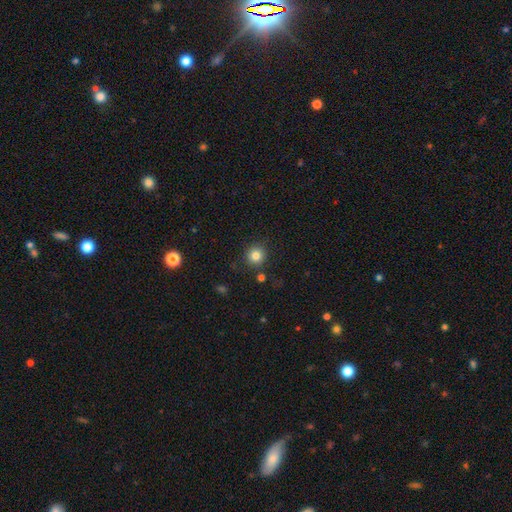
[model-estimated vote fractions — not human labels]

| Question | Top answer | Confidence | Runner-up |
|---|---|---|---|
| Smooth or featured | smooth | 83% | star or artifact (11%) |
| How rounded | round | 93% | in between (7%) |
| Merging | none | 87% | minor disturbance (7%) |